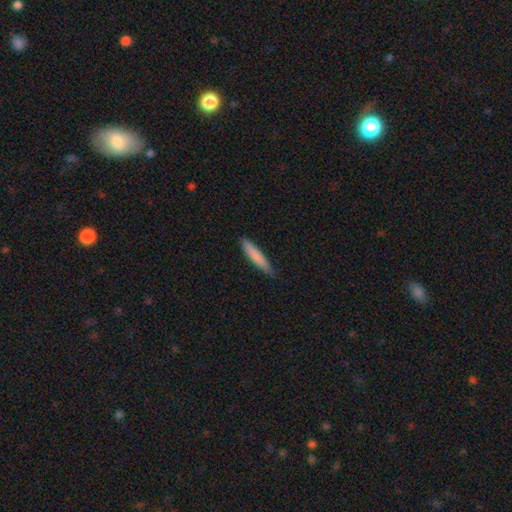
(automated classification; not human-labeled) smooth-or-featured: smooth: 82% | featured or disk: 13% | star or artifact: 5%
  how-rounded: cigar-shaped: 91% | in between: 8% | round: 1%
  merging: none: 86% | minor disturbance: 12% | major disturbance: 2% | merger: 1%